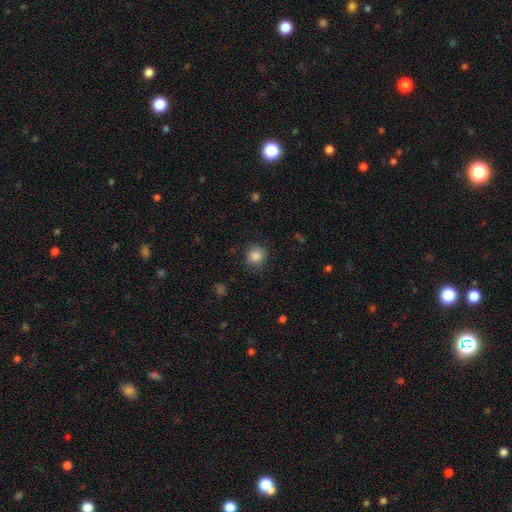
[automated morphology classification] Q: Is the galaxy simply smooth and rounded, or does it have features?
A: smooth — 86%.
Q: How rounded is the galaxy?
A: round — 90%.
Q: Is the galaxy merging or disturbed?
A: none — 84%.